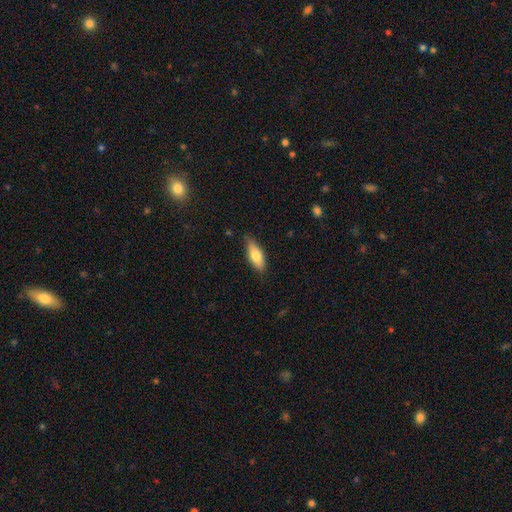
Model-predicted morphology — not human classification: Q: Smooth or featured?
A: smooth (73%); runner-up: featured or disk (21%)
Q: How rounded?
A: in between (72%); runner-up: cigar-shaped (26%)
Q: Merging?
A: none (80%); runner-up: minor disturbance (16%)